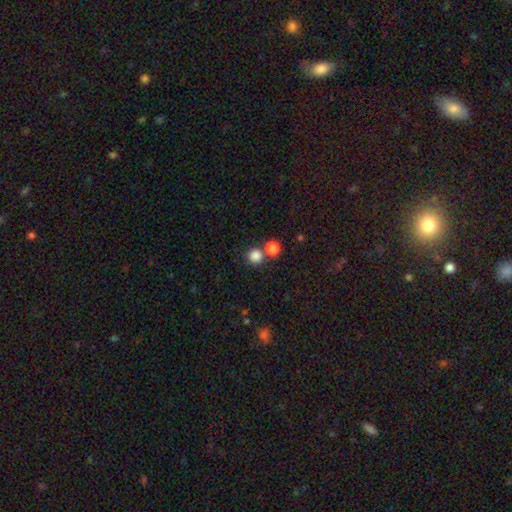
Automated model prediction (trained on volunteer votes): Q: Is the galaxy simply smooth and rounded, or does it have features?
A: smooth — 83%.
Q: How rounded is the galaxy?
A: round — 93%.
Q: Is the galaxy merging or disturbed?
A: none — 69%.